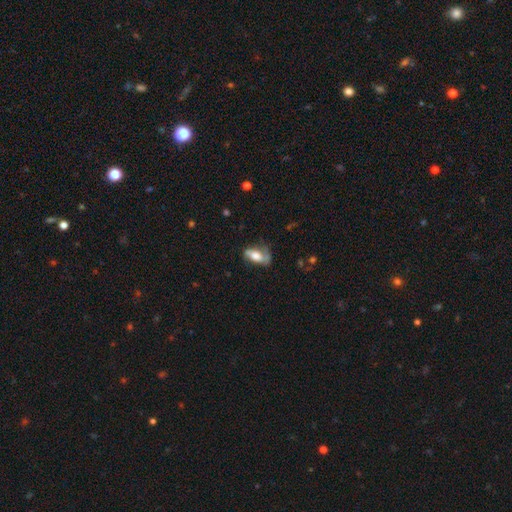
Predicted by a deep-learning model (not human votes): smooth_or_featured: featured or disk (p=0.51) [alt: smooth p=0.41]
disk_edge_on: no (p=0.87) [alt: yes p=0.13]
merging: none (p=0.49) [alt: minor disturbance p=0.29]